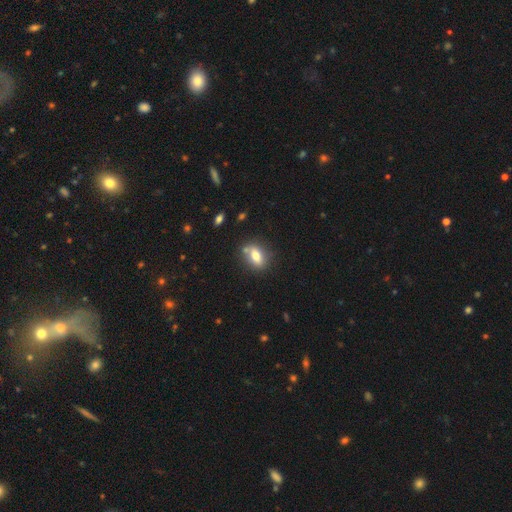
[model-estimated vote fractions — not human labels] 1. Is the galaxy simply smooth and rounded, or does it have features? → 74% smooth, 18% featured or disk, 9% star or artifact.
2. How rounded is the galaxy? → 75% in between, 18% round, 7% cigar-shaped.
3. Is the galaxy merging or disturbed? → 68% none, 16% minor disturbance, 12% merger, 4% major disturbance.